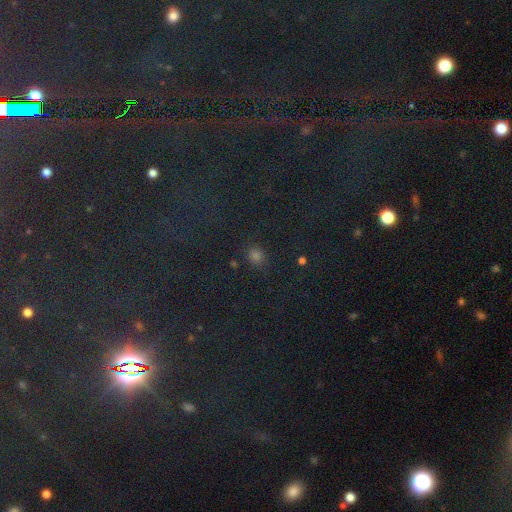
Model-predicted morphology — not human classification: smooth-or-featured: smooth: 71% | star or artifact: 25% | featured or disk: 5%
  how-rounded: round: 76% | in between: 22% | cigar-shaped: 1%
  merging: none: 87% | minor disturbance: 8% | major disturbance: 3% | merger: 2%